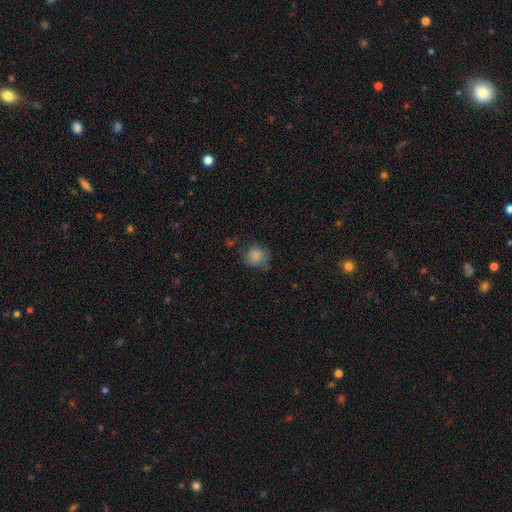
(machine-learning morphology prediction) smooth_or_featured: smooth (p=0.82) [alt: star or artifact p=0.10]
how_rounded: round (p=0.78) [alt: in between p=0.21]
merging: none (p=0.60) [alt: minor disturbance p=0.28]